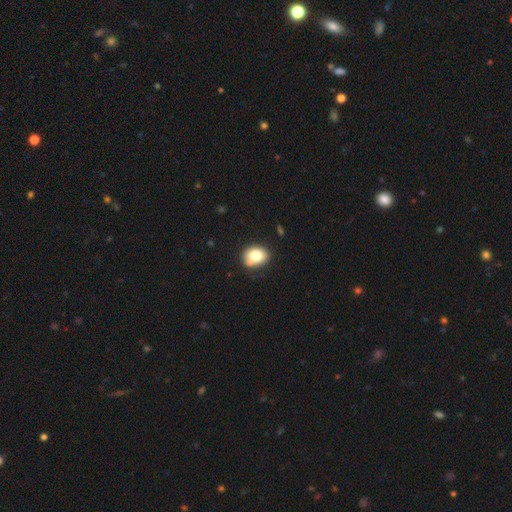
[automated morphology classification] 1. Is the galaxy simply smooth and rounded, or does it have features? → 79% smooth, 12% featured or disk, 9% star or artifact.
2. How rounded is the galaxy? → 56% in between, 44% round, 1% cigar-shaped.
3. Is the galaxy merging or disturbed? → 73% none, 19% minor disturbance, 4% merger, 4% major disturbance.